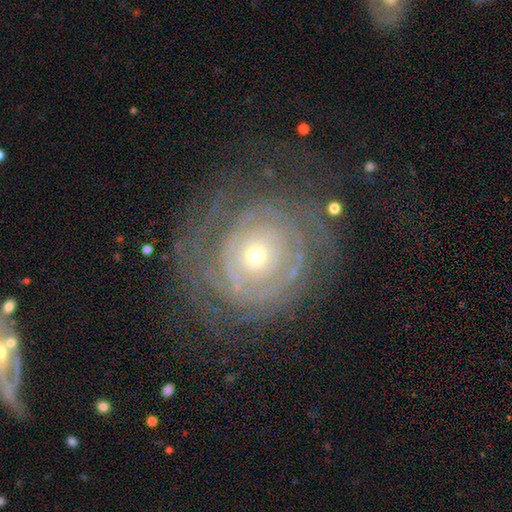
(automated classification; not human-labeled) featured or disk 80%, smooth 12%, star or artifact 7%. Down the decision tree: edge-on disk — no (96%); bar — no (83%); spiral arms — yes (84%); spiral arm count — can't tell (47%); spiral winding — tight (82%); bulge size — small (56%); merging — none (71%).